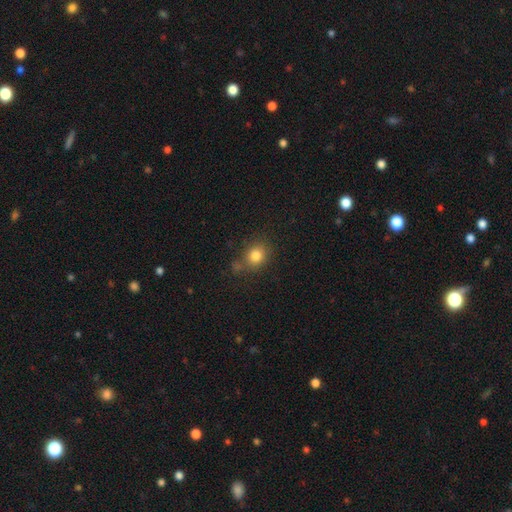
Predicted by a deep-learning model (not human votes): Smooth or featured? smooth (82%)
How rounded? round (67%)
Merging? none (67%)